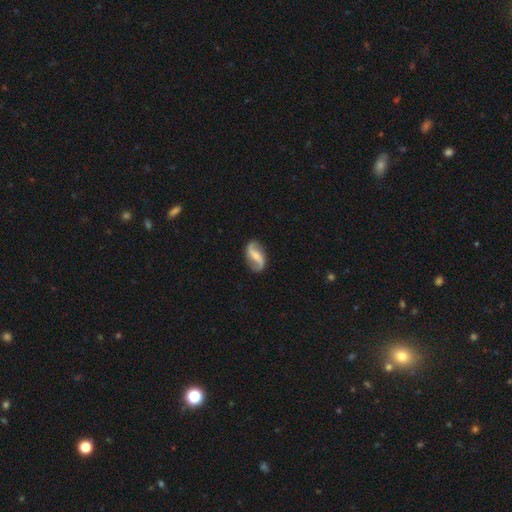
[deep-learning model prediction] The model was most divided on "bar": weak: 40%, no: 30%, strong: 30%. Remaining: edge-on disk — no (97%); spiral arms — yes (95%); spiral arm count — 2 (93%); merging — none (83%); smooth or featured — featured or disk (82%); spiral winding — loose (73%); bulge size — small (49%).